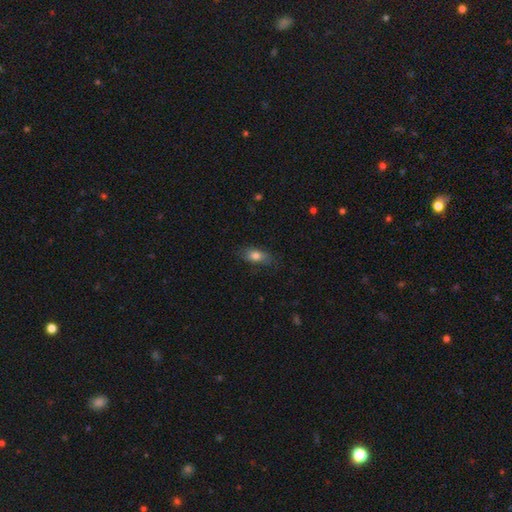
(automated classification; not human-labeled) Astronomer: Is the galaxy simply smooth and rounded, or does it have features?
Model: smooth — 76%.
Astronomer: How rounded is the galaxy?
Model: in between — 81%.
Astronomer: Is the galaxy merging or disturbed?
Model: none — 72%.